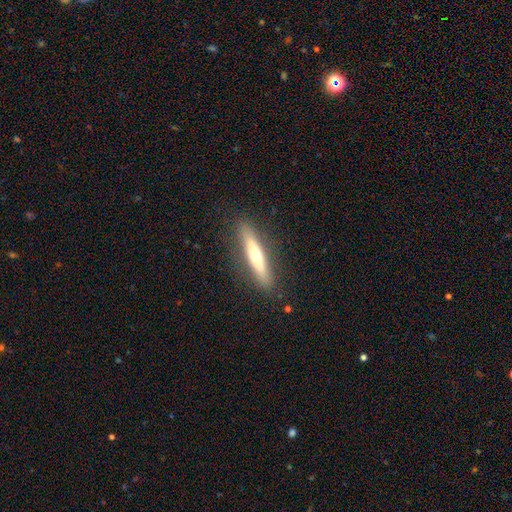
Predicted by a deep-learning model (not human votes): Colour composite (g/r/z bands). It shows a featured or disk galaxy (51%) viewed edge-on (84%). Merging: none (88%).